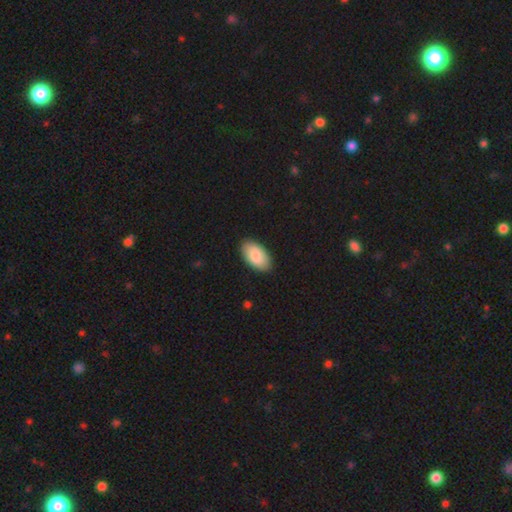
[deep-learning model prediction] This is clearly a smooth galaxy (88%). How rounded: clearly in between (96%). Merging: clearly none (88%).